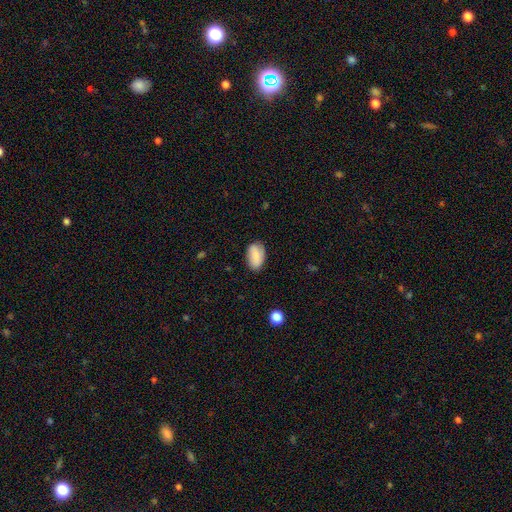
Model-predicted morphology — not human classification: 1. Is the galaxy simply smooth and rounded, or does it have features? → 79% smooth, 14% featured or disk, 7% star or artifact.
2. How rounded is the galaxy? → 92% in between, 6% round, 2% cigar-shaped.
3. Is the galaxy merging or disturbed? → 77% none, 18% minor disturbance, 4% major disturbance, 1% merger.